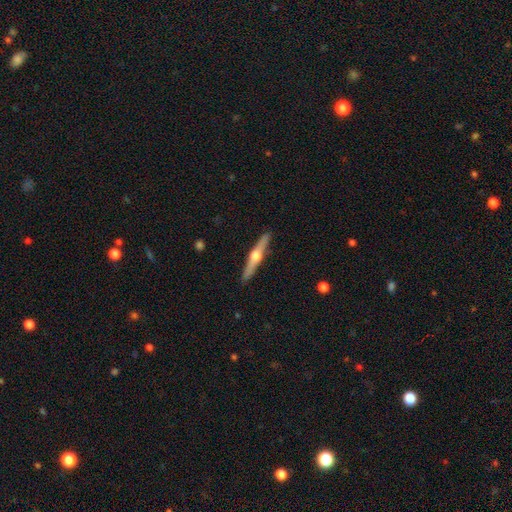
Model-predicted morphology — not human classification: A featured or disk galaxy (72%) viewed edge-on (97%) with a rounded central bulge (95%).

Vote fractions:
- Smooth or featured? featured or disk: 72% / smooth: 23% / star or artifact: 5%
- Edge-on disk? yes: 97% / no: 3%
- Edge-on bulge? rounded: 95% / none: 3% / boxy: 2%
- Merging? none: 91% / minor disturbance: 6% / major disturbance: 1% / merger: 1%